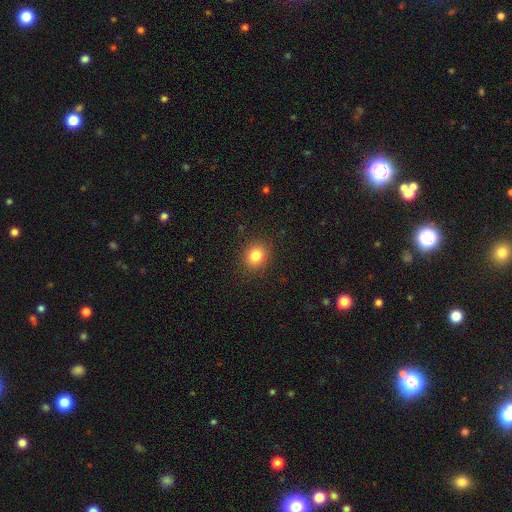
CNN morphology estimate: Smooth or featured? Predicted: smooth (p=0.83). How rounded? Predicted: round (p=0.69). Merging? Predicted: none (p=0.88).